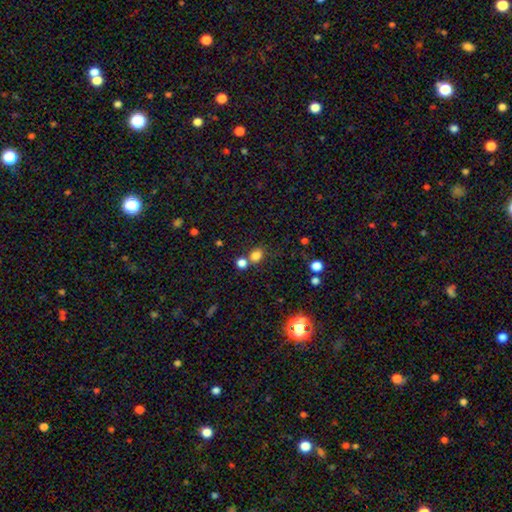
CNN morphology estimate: A smooth galaxy with no disk features (79%) that is round (64%). Merging: none (60%).